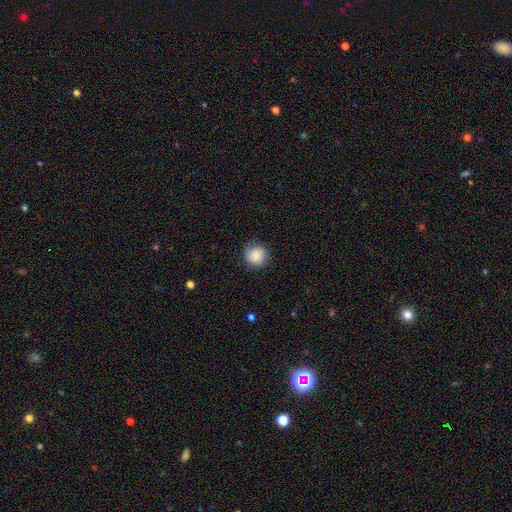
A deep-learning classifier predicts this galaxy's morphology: This appears to be a smooth galaxy with no disk features (86%) that is round (91%). Merging: none (83%).